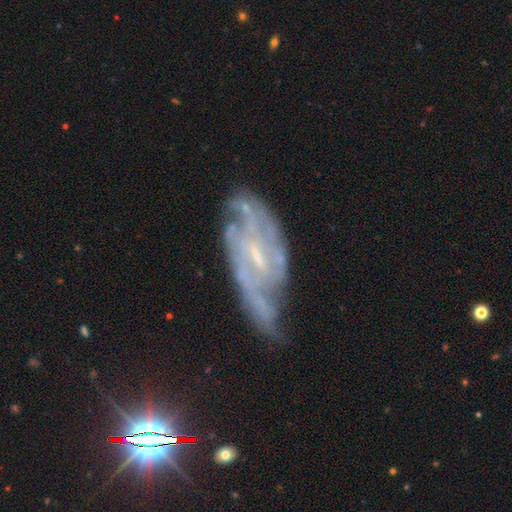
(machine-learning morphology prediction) Smooth or featured? featured or disk (81%)
Edge-on disk? no (91%)
Bar? weak (51%)
Spiral arms? yes (90%)
Spiral winding? tight (44%)
Spiral arm count? can't tell (39%)
Bulge size? small (66%)
Merging? none (56%)